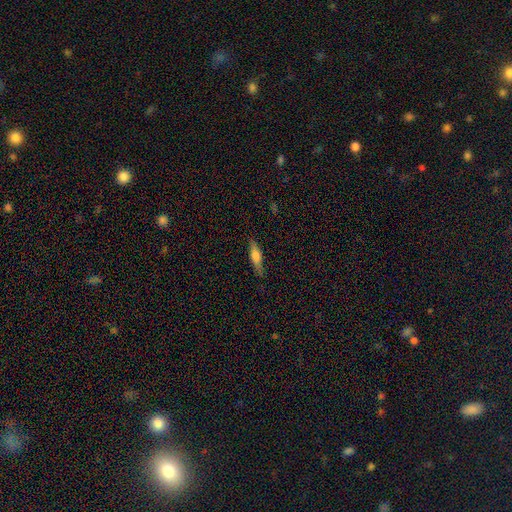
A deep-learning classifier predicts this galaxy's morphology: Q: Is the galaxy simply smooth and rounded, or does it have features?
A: smooth — 50%.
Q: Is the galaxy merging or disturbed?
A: none — 80%.